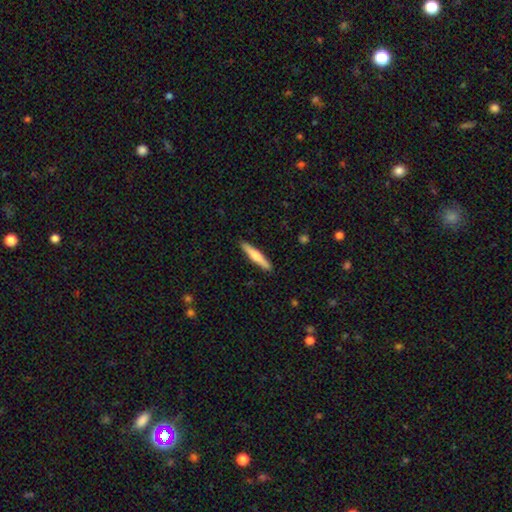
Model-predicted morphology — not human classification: Smooth or featured?
  - smooth: 52% *
  - featured or disk: 43%
  - star or artifact: 5%
How rounded?
  - cigar-shaped: 91% *
  - in between: 8%
  - round: 1%
Merging?
  - none: 91% *
  - minor disturbance: 7%
  - major disturbance: 1%
  - merger: 1%